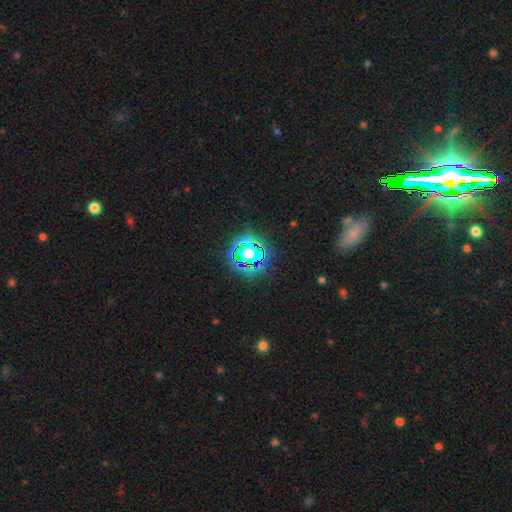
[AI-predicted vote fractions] Smooth or featured: star or artifact — 61% (smooth — 27%)